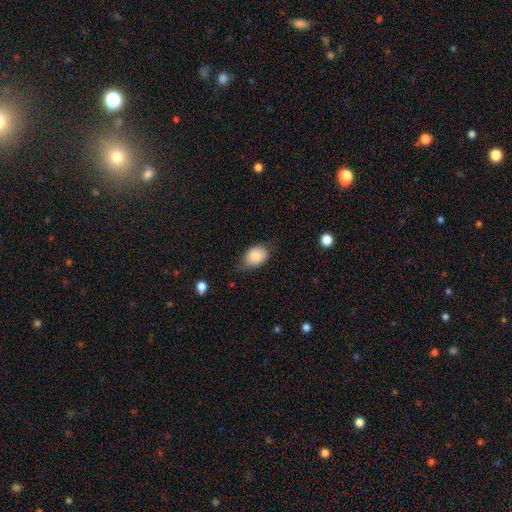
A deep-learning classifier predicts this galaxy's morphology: This is clearly a smooth galaxy (85%). How rounded: likely in between (72%). Merging: possibly none (56%).